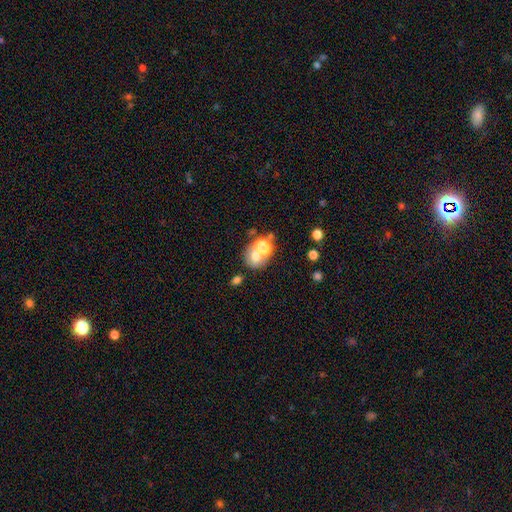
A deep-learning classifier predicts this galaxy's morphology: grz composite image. It shows a smooth galaxy with no disk features (64%) that is round (61%). Merging: merger (50%).